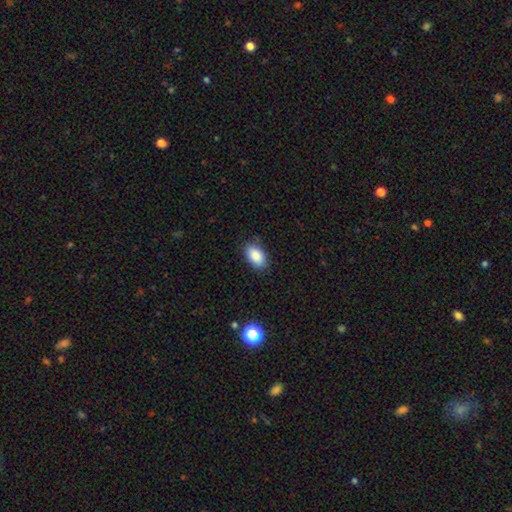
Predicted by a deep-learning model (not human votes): This is clearly a smooth galaxy (88%). How rounded: clearly in between (92%). Merging: clearly none (85%).